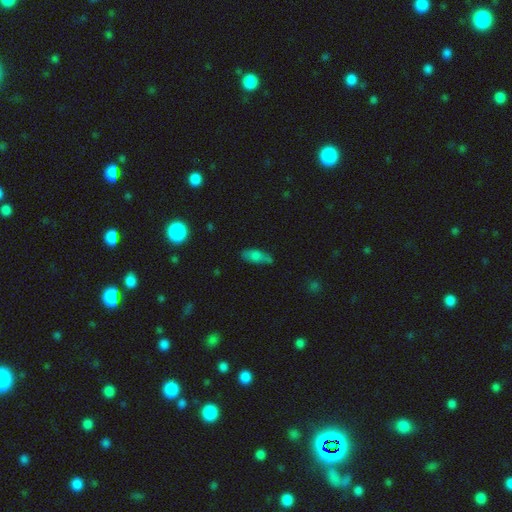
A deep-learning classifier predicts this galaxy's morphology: This is likely a smooth galaxy (70%). How rounded: likely in between (77%). Merging: likely none (62%).